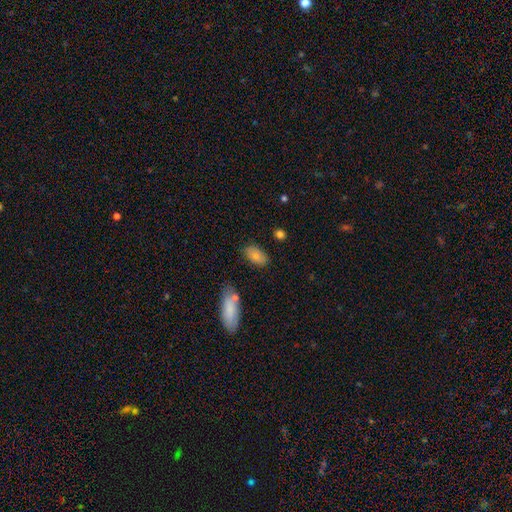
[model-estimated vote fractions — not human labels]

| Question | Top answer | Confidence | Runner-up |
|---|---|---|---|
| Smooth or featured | smooth | 81% | featured or disk (12%) |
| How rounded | in between | 93% | round (4%) |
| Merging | none | 79% | minor disturbance (14%) |